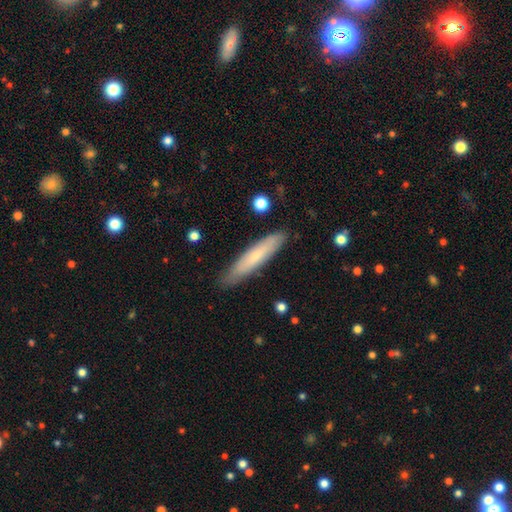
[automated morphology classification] Smooth or featured? Predicted: smooth (p=0.63). How rounded? Predicted: cigar-shaped (p=0.87). Merging? Predicted: none (p=0.85).